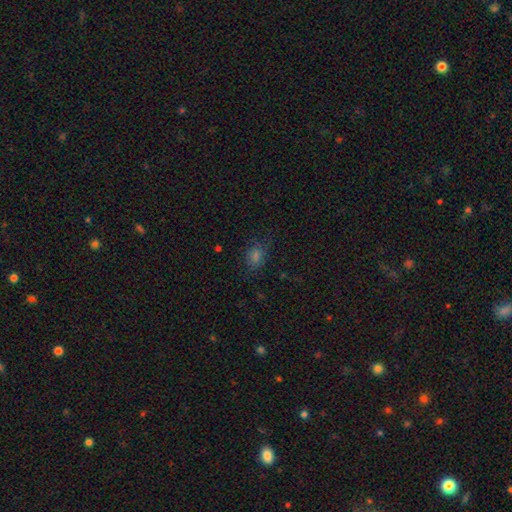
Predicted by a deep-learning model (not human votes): Morphology: type=smooth (65%); roundness=in between (63%); merging=none (71%).